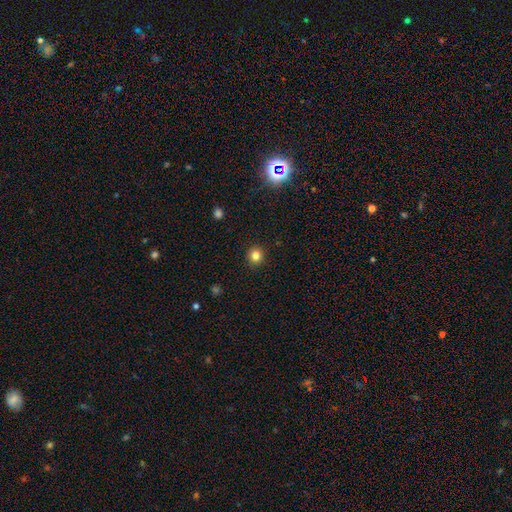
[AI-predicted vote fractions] Q: Smooth or featured?
A: smooth (82%); runner-up: star or artifact (13%)
Q: How rounded?
A: round (91%); runner-up: in between (8%)
Q: Merging?
A: none (92%); runner-up: minor disturbance (6%)